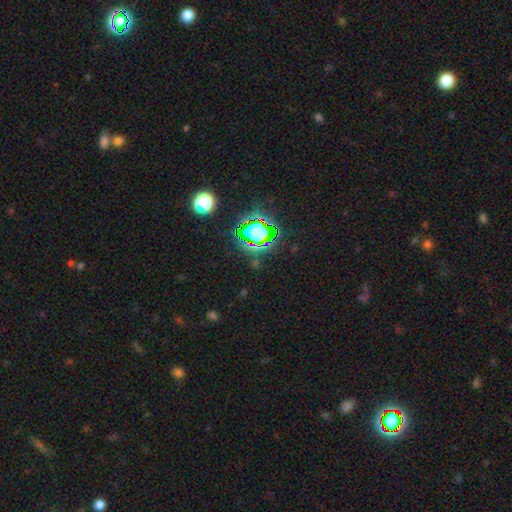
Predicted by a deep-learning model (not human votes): A star or artifact, not a galaxy (75%).